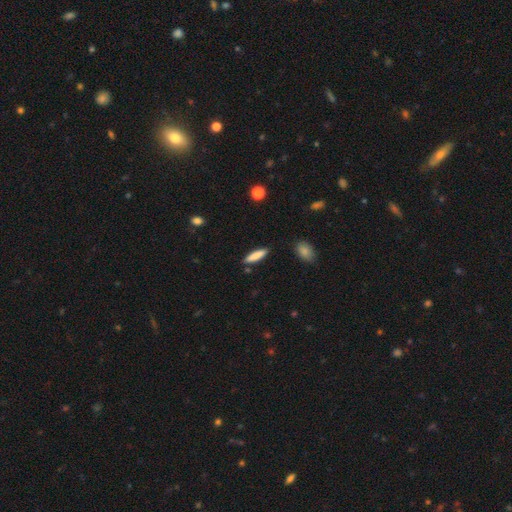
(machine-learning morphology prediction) A smooth galaxy with no disk features (82%) that is cigar-shaped (74%).

Vote fractions:
- Smooth or featured? smooth: 82% / featured or disk: 12% / star or artifact: 6%
- How rounded? cigar-shaped: 74% / in between: 24% / round: 2%
- Merging? none: 87% / minor disturbance: 9% / merger: 2% / major disturbance: 2%